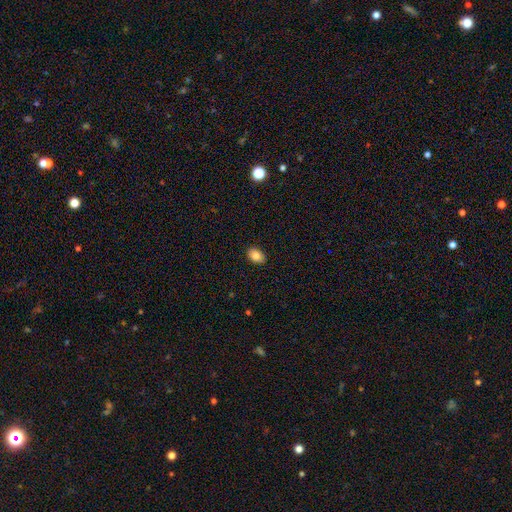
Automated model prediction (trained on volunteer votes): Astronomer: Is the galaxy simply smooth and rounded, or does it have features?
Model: smooth — 85%.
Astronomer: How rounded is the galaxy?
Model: in between — 84%.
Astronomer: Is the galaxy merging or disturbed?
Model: none — 89%.